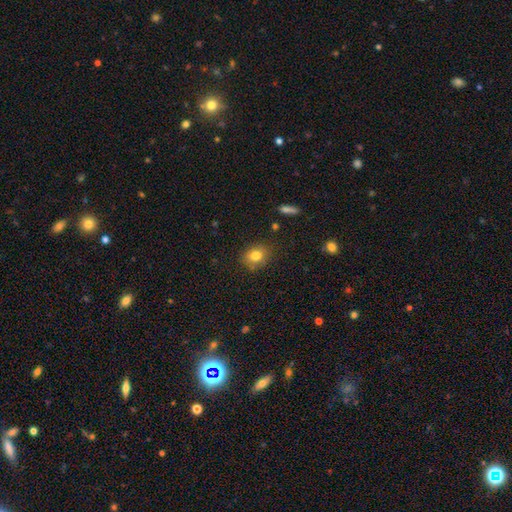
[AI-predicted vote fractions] smooth-or-featured: smooth: 80% | star or artifact: 11% | featured or disk: 9%
  how-rounded: round: 53% | in between: 46% | cigar-shaped: 1%
  merging: none: 81% | minor disturbance: 14% | major disturbance: 3% | merger: 3%